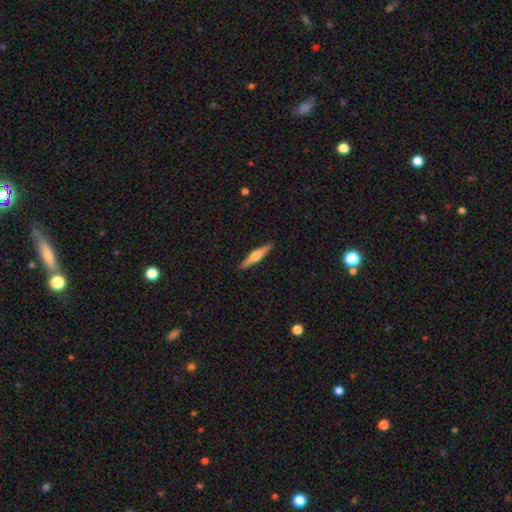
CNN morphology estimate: Overall: featured or disk (58%; smooth 37%). Edge-on disk: yes (97%). Edge-on bulge: rounded (85%). Merging: none (91%).